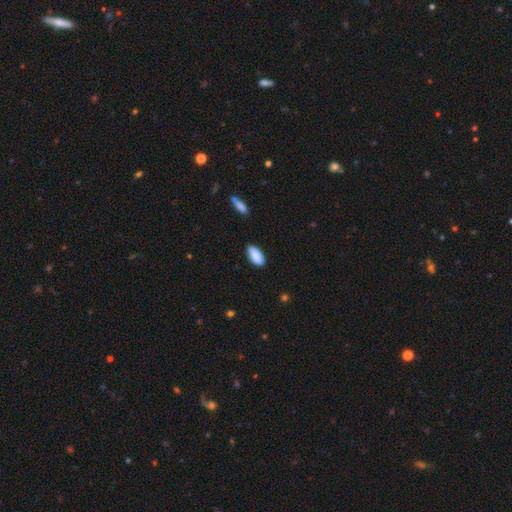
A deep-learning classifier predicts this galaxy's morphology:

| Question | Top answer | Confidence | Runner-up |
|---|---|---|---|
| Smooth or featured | smooth | 89% | star or artifact (6%) |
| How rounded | in between | 90% | cigar-shaped (8%) |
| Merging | none | 84% | minor disturbance (12%) |